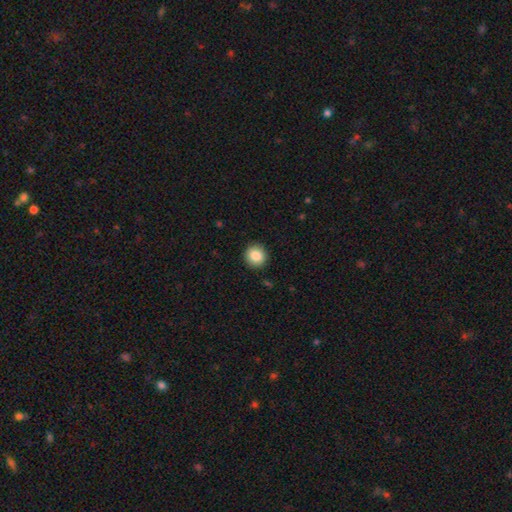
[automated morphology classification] smooth_or_featured: smooth (p=0.87) [alt: star or artifact p=0.08]
how_rounded: round (p=0.88) [alt: in between p=0.11]
merging: none (p=0.91) [alt: minor disturbance p=0.06]